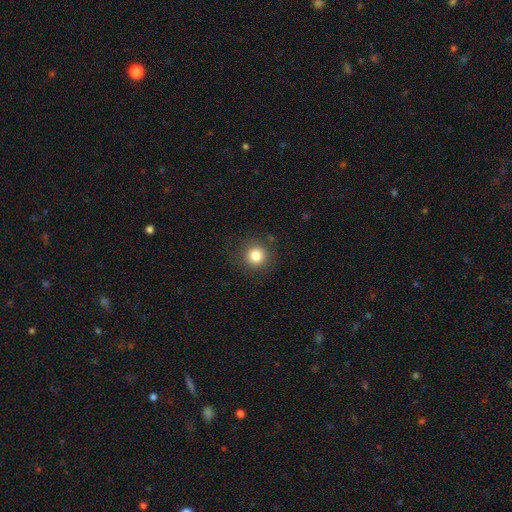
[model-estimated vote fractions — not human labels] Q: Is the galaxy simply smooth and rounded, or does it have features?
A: smooth — 81%.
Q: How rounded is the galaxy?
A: round — 93%.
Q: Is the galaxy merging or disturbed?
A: none — 88%.